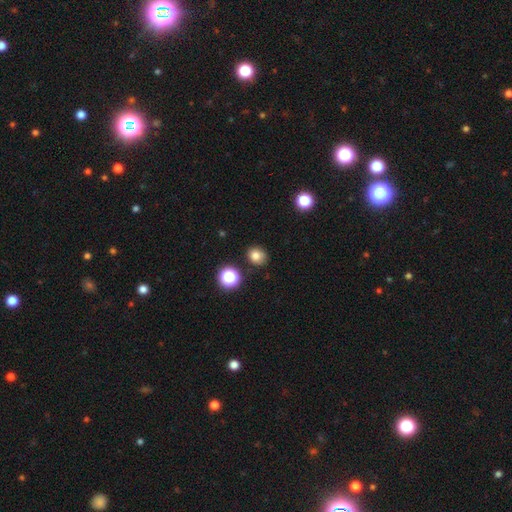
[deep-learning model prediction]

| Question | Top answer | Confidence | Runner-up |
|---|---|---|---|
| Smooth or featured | smooth | 79% | star or artifact (14%) |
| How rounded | round | 69% | in between (30%) |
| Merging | none | 82% | minor disturbance (11%) |